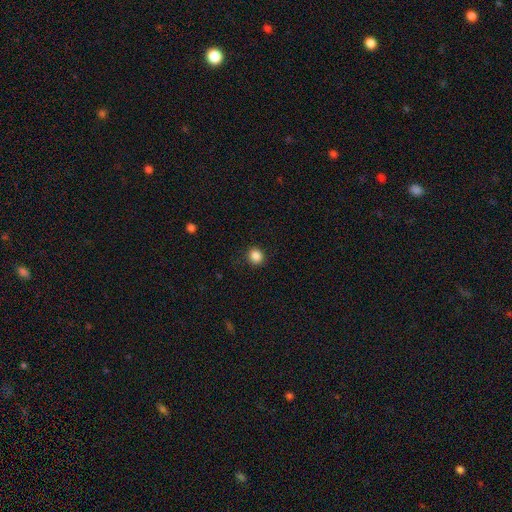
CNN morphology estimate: This appears to be a smooth galaxy with no disk features (86%) that is round (85%). Merging: none (90%).